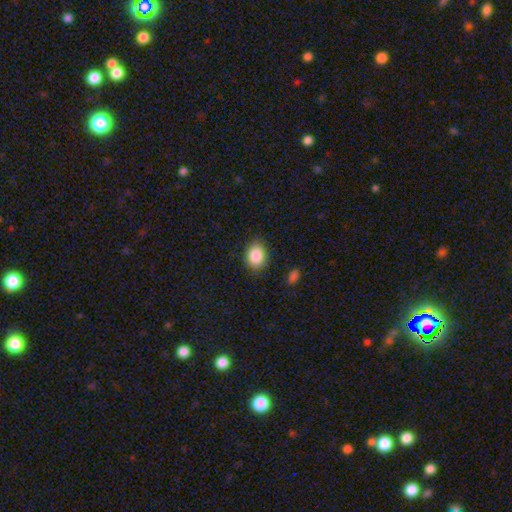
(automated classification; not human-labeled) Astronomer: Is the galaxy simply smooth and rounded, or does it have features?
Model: smooth — 87%.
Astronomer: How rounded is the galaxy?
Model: in between — 58% (runner-up: round, 41%).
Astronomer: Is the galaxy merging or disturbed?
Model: none — 84%.